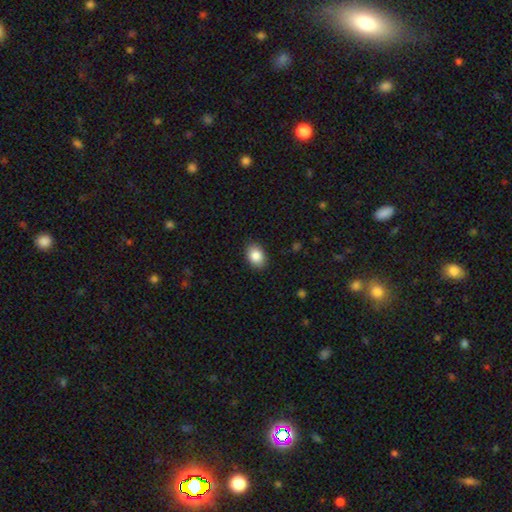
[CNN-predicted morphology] Smooth or featured? smooth (86%)
How rounded? in between (75%)
Merging? none (89%)